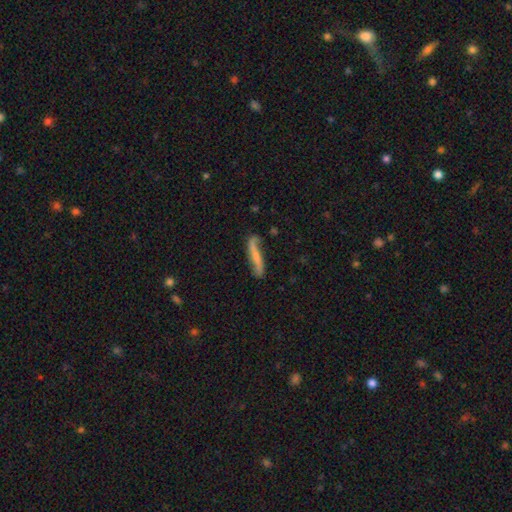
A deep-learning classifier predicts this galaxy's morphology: This appears to be a smooth galaxy with no disk features (49%). Merging: none (62%).